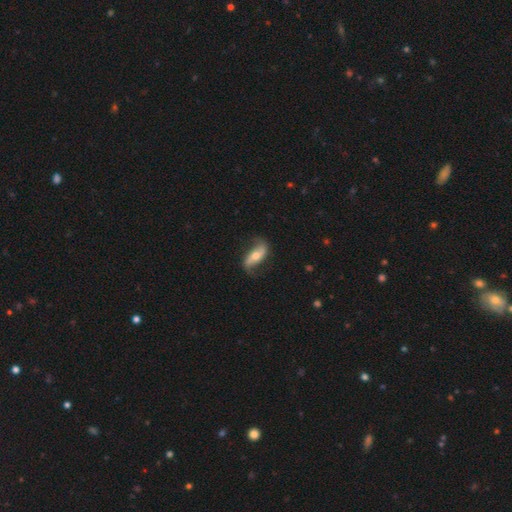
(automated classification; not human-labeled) Morphology: type=featured or disk (66%); edge-on=no (85%); bar=no (43%); spiral arms=yes (87%); bulge=moderate (62%); merging=none (73%).